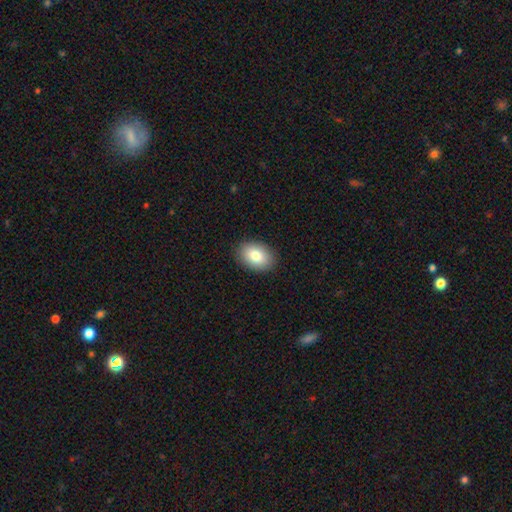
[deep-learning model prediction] The model was most divided on "how rounded": in between: 81%, round: 18%, cigar-shaped: 1%. More confident: merging — none (90%); smooth or featured — smooth (82%).